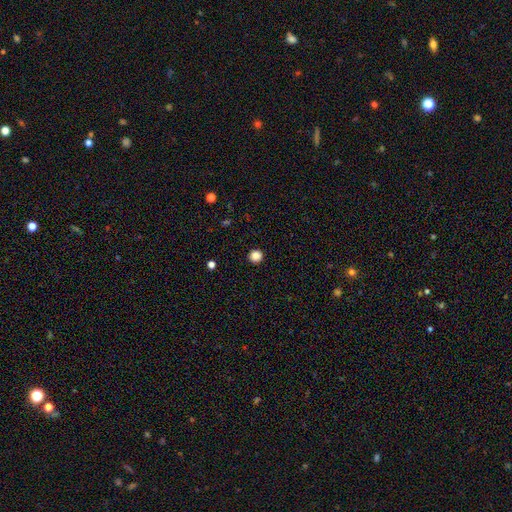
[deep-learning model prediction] smooth-or-featured: smooth: 86% | star or artifact: 11% | featured or disk: 3%
  how-rounded: round: 94% | in between: 5% | cigar-shaped: 1%
  merging: none: 93% | minor disturbance: 4% | major disturbance: 2% | merger: 1%